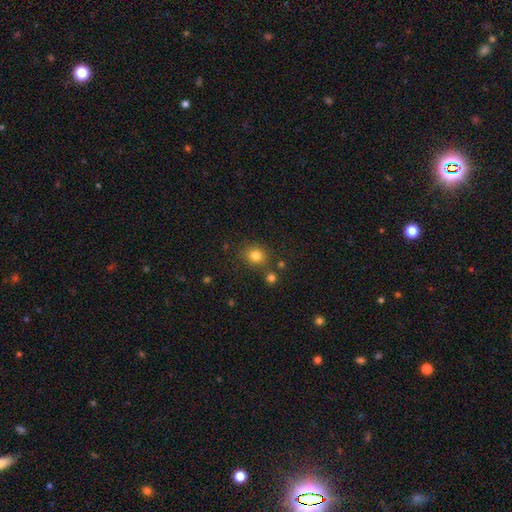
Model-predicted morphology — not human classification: This appears to be a smooth galaxy with no disk features (81%) that is round (80%). Merging: none (78%).